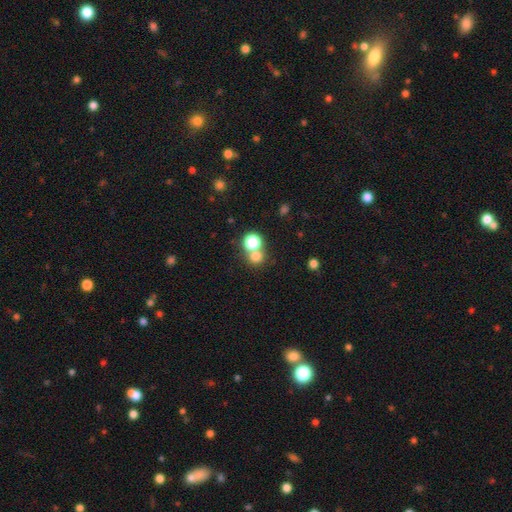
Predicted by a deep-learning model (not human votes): smooth 75%, star or artifact 16%, featured or disk 9%. Down the decision tree: how rounded — round (87%); merging — none (49%).